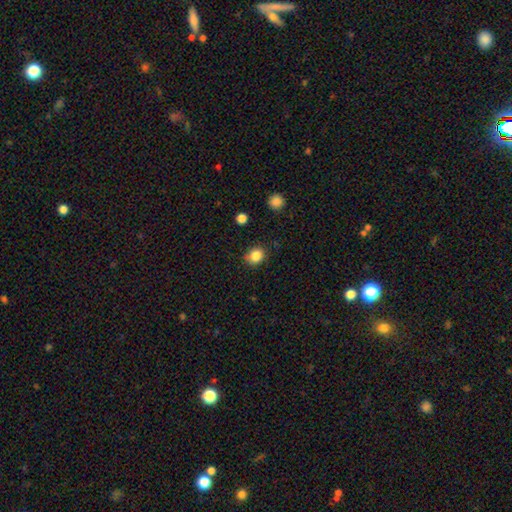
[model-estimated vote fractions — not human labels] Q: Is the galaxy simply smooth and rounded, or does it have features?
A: smooth — 85%.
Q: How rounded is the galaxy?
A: round — 68%.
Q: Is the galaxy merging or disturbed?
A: none — 83%.